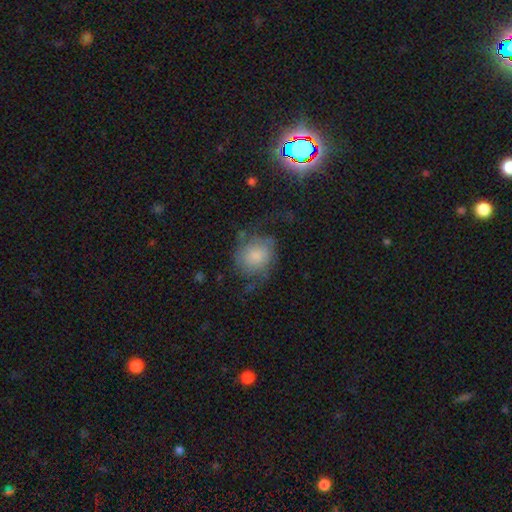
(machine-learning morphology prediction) The model was most divided on "smooth or featured": smooth: 48%, featured or disk: 43%, star or artifact: 9%. Remaining: merging — none (45%).